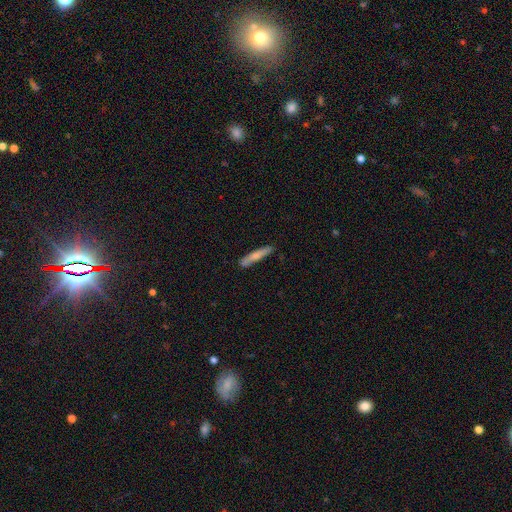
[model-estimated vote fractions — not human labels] The model was most divided on "smooth or featured": smooth: 71%, featured or disk: 24%, star or artifact: 6%. More confident: how rounded — cigar-shaped (92%); merging — none (81%).